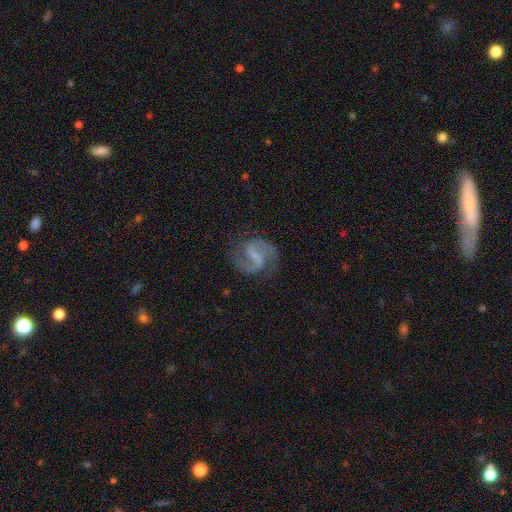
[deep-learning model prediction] smooth_or_featured: featured or disk (p=0.87) [alt: smooth p=0.07]
disk_edge_on: no (p=0.98) [alt: yes p=0.02]
bar: weak (p=0.45) [alt: strong p=0.40]
has_spiral_arms: yes (p=0.97) [alt: no p=0.03]
spiral_winding: medium (p=0.58) [alt: loose p=0.28]
spiral_arm_count: 2 (p=0.93) [alt: can't tell p=0.02]
bulge_size: small (p=0.43) [alt: none p=0.40]
merging: none (p=0.78) [alt: minor disturbance p=0.14]